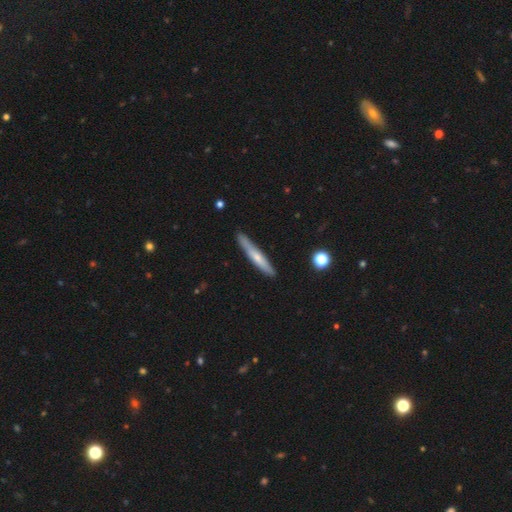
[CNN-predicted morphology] Overall: smooth (49%; featured or disk 45%). Merging: none (86%).